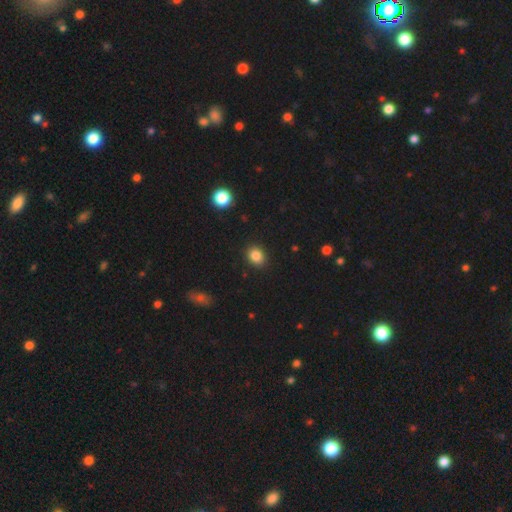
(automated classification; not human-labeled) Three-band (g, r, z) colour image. It shows a smooth galaxy with no disk features (84%) that is round (54%). Merging: none (89%).